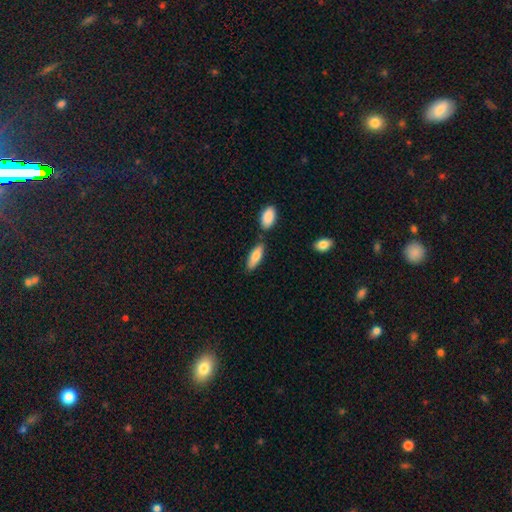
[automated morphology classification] smooth 80%, featured or disk 14%, star or artifact 6%. Down the decision tree: how rounded — in between (63%); merging — none (70%).